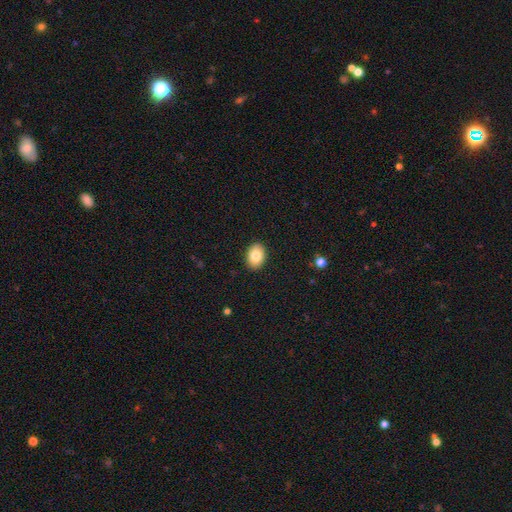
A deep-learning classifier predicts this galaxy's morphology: Overall: smooth (82%). How rounded: in between (76%). Merging: none (91%).